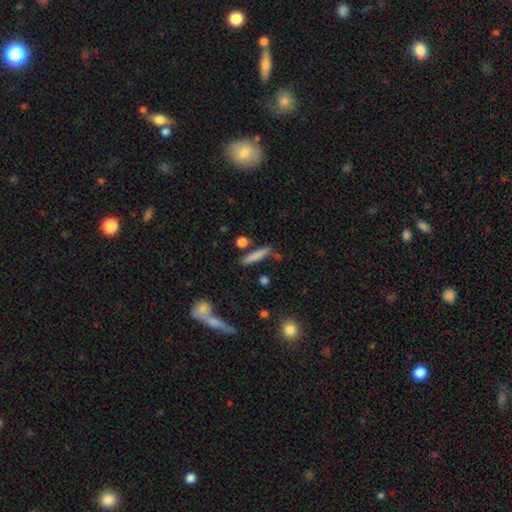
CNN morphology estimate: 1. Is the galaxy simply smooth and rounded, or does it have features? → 77% smooth, 16% featured or disk, 7% star or artifact.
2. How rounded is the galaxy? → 87% cigar-shaped, 10% in between, 3% round.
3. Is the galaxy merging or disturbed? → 77% none, 12% minor disturbance, 8% merger, 3% major disturbance.